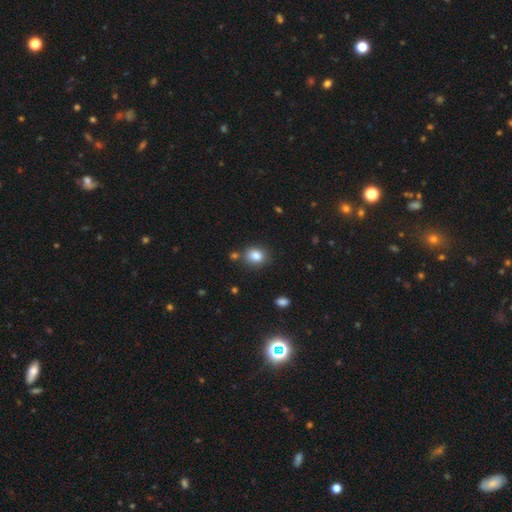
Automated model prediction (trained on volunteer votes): smooth 84%, star or artifact 10%, featured or disk 6%. Down the decision tree: how rounded — round (57%); merging — none (77%).